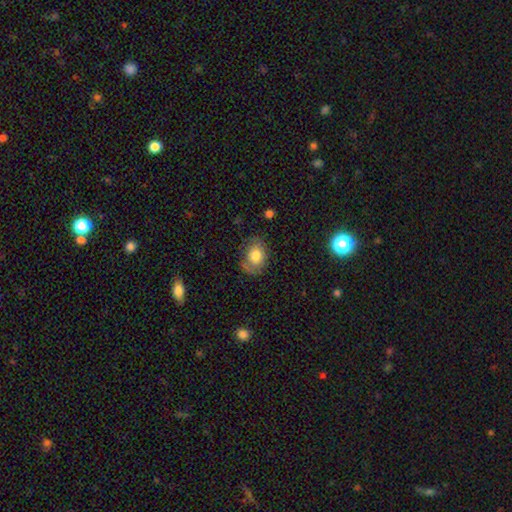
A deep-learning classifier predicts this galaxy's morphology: Smooth or featured: smooth — 69% (featured or disk — 22%)
How rounded: in between — 63% (round — 35%)
Merging: none — 66% (minor disturbance — 24%)